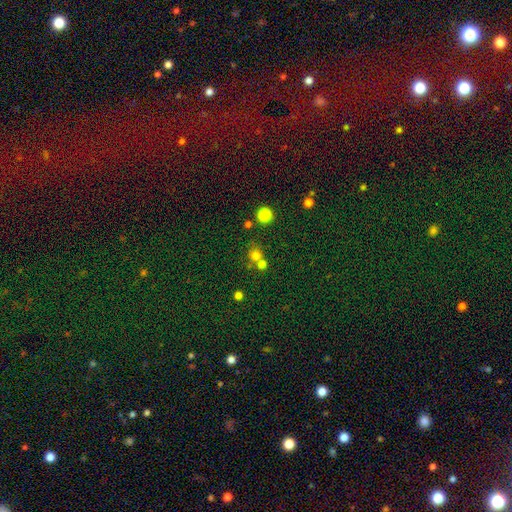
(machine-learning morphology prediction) Q: Smooth or featured?
A: smooth (71%); runner-up: star or artifact (20%)
Q: How rounded?
A: round (86%); runner-up: in between (13%)
Q: Merging?
A: none (52%); runner-up: merger (37%)